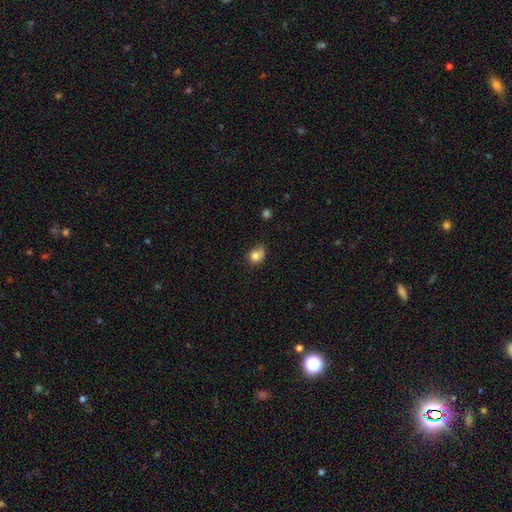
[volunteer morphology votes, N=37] This is clearly a smooth galaxy (86%). How rounded: likely round (62%). Merging: possibly none (53%).